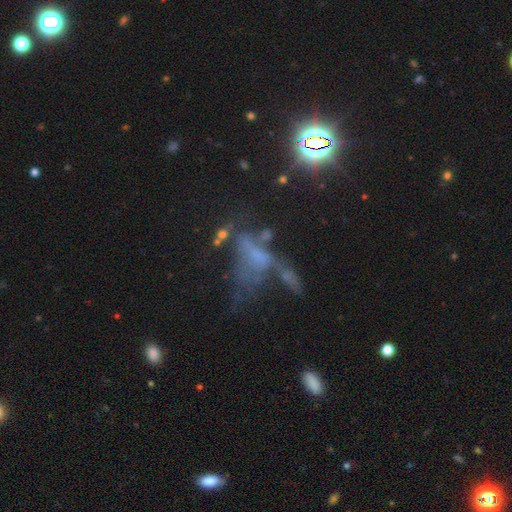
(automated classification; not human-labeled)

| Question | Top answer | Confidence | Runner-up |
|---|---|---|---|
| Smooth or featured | featured or disk | 40% | star or artifact (37%) |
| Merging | major disturbance | 36% | merger (28%) |